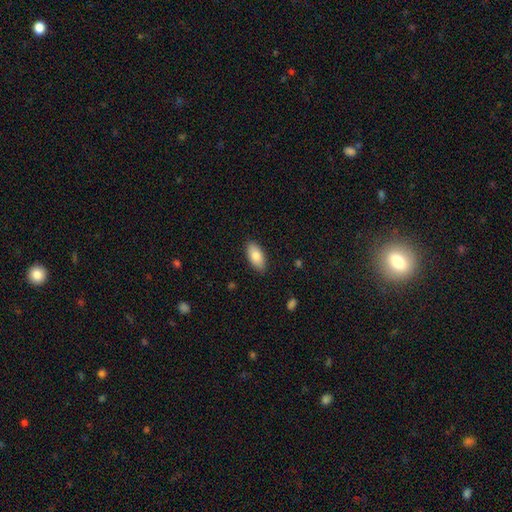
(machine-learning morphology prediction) Smooth or featured?
  - smooth: 81% *
  - featured or disk: 13%
  - star or artifact: 6%
How rounded?
  - in between: 92% *
  - cigar-shaped: 6%
  - round: 2%
Merging?
  - none: 88% *
  - minor disturbance: 9%
  - major disturbance: 2%
  - merger: 1%